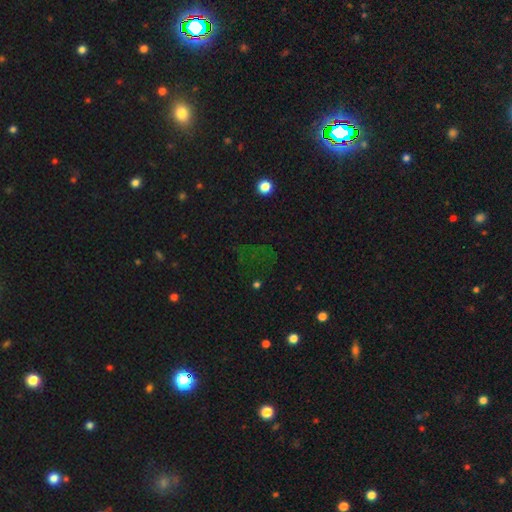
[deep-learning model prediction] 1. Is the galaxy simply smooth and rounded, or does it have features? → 65% star or artifact, 23% smooth, 11% featured or disk.